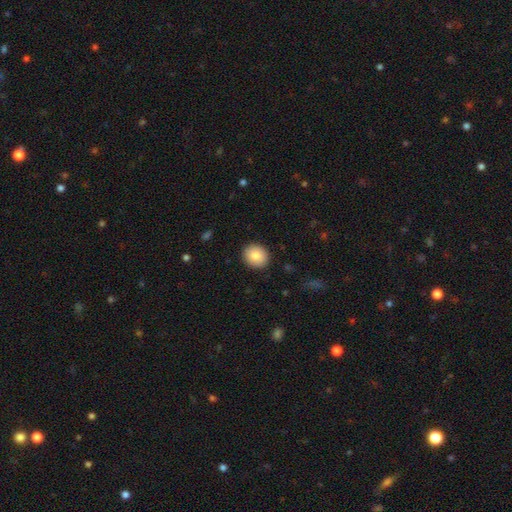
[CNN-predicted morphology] A smooth galaxy with no disk features (84%) that is round (80%).

Vote fractions:
- Smooth or featured? smooth: 84% / featured or disk: 8% / star or artifact: 8%
- How rounded? round: 80% / in between: 20% / cigar-shaped: 1%
- Merging? none: 91% / minor disturbance: 6% / major disturbance: 2% / merger: 1%